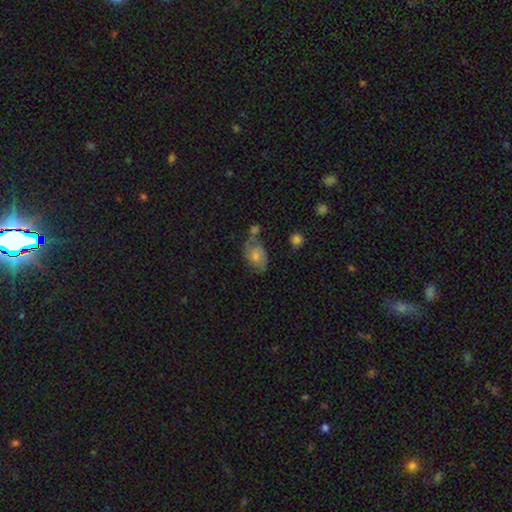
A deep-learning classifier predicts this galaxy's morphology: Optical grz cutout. It shows a featured or disk galaxy (51%). Merging: none (45%).